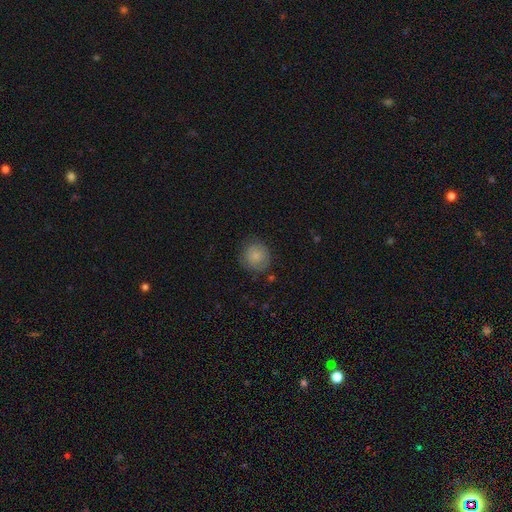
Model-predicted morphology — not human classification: This is clearly a smooth galaxy (81%). How rounded: clearly round (91%). Merging: likely none (77%).